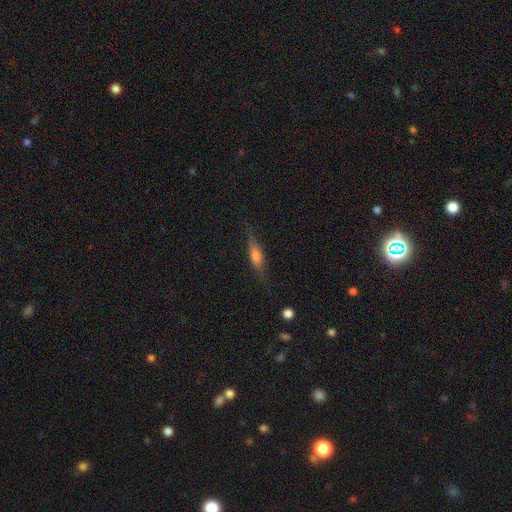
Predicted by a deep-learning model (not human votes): Smooth or featured: smooth — 56% (featured or disk — 36%)
How rounded: cigar-shaped — 66% (in between — 31%)
Merging: none — 77% (minor disturbance — 17%)